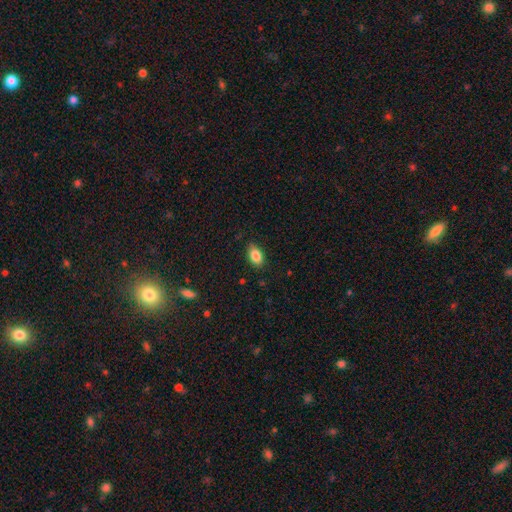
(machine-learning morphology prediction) Q: Smooth or featured?
A: smooth (85%); runner-up: star or artifact (8%)
Q: How rounded?
A: in between (87%); runner-up: round (11%)
Q: Merging?
A: none (81%); runner-up: minor disturbance (16%)